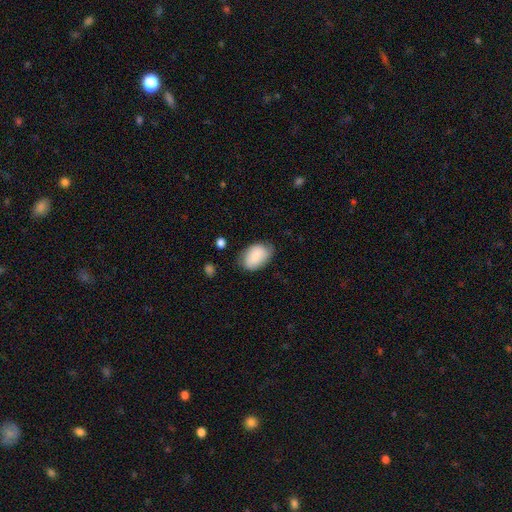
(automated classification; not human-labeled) A smooth galaxy with no disk features (81%) that is in between round and cigar-shaped (89%). Merging: none (68%).